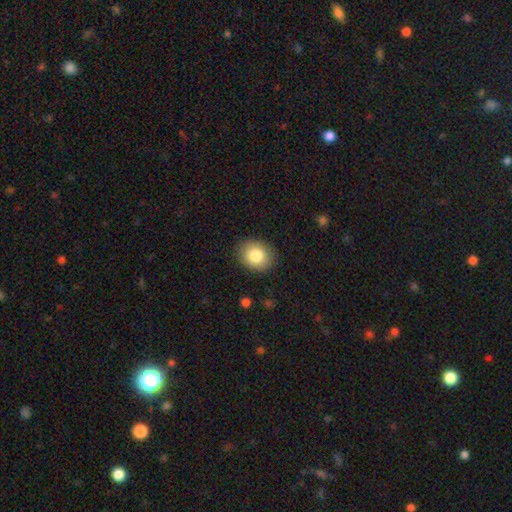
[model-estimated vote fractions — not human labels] Smooth or featured? Predicted: smooth (p=0.83). How rounded? Predicted: round (p=0.53). Merging? Predicted: none (p=0.89).